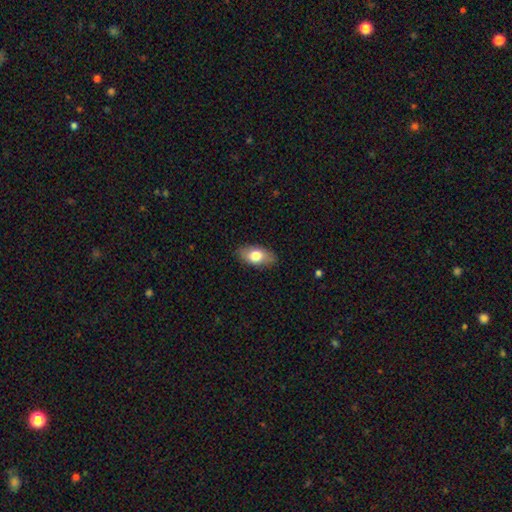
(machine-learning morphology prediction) A smooth galaxy with no disk features (74%) that is in between round and cigar-shaped (91%).

Vote fractions:
- Smooth or featured? smooth: 74% / featured or disk: 19% / star or artifact: 7%
- How rounded? in between: 91% / round: 5% / cigar-shaped: 4%
- Merging? none: 85% / minor disturbance: 11% / major disturbance: 3% / merger: 1%